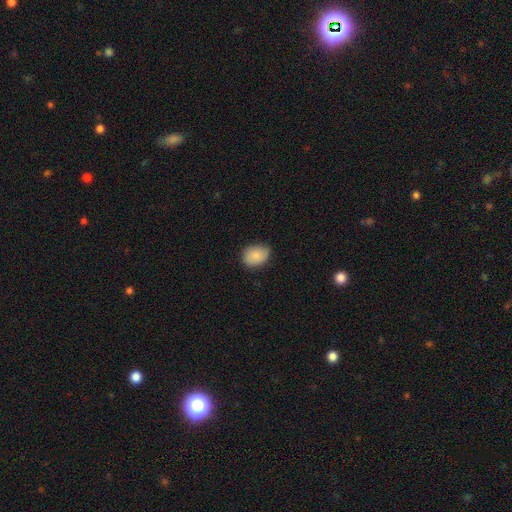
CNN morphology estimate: type=smooth (84%); roundness=in between (67%); merging=none (75%).